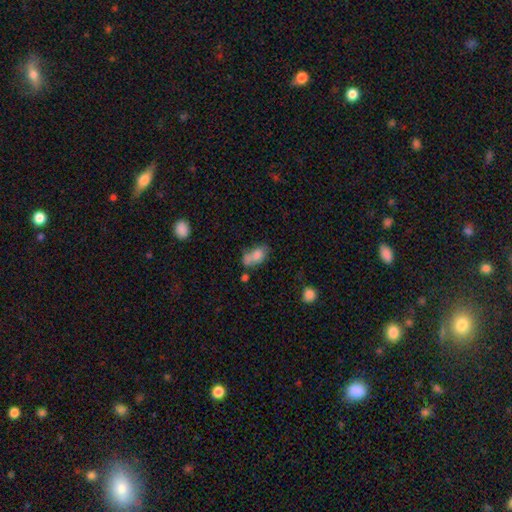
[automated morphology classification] A smooth galaxy with no disk features (73%) that is in between round and cigar-shaped (84%).

Vote fractions:
- Smooth or featured? smooth: 73% / featured or disk: 17% / star or artifact: 10%
- How rounded? in between: 84% / round: 11% / cigar-shaped: 5%
- Merging? none: 35% / merger: 33% / minor disturbance: 20% / major disturbance: 11%